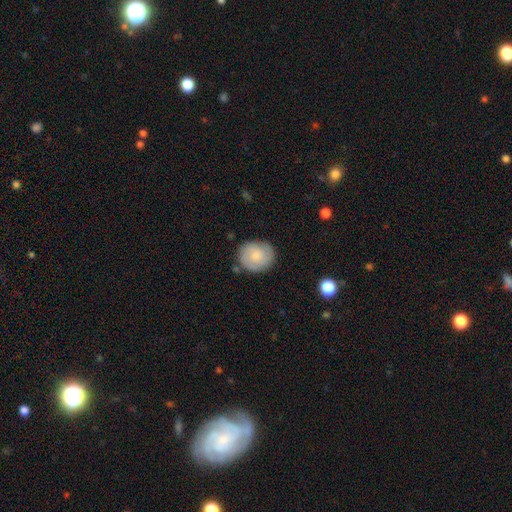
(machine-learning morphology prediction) Smooth or featured? Predicted: smooth (p=0.63). How rounded? Predicted: round (p=0.80). Merging? Predicted: none (p=0.80).